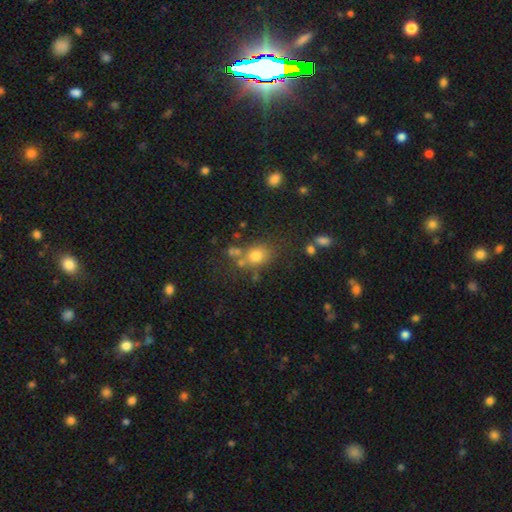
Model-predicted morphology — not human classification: A smooth galaxy with no disk features (74%) that is round (57%).

Vote fractions:
- Smooth or featured? smooth: 74% / star or artifact: 15% / featured or disk: 11%
- How rounded? round: 57% / in between: 42% / cigar-shaped: 1%
- Merging? none: 59% / merger: 17% / minor disturbance: 16% / major disturbance: 8%